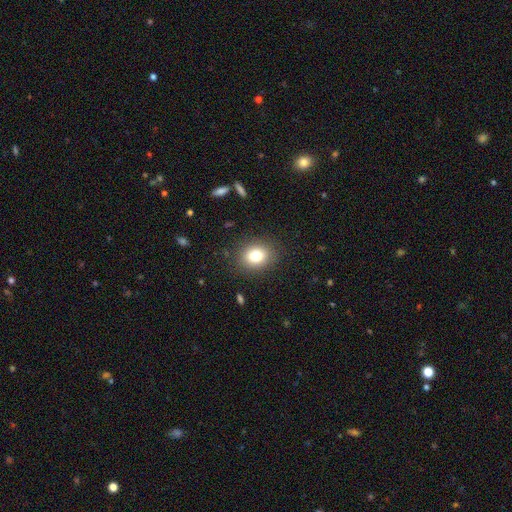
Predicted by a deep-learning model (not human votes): The model was most divided on "how rounded": round: 58%, in between: 41%, cigar-shaped: 1%. More confident: merging — none (87%); smooth or featured — smooth (79%).